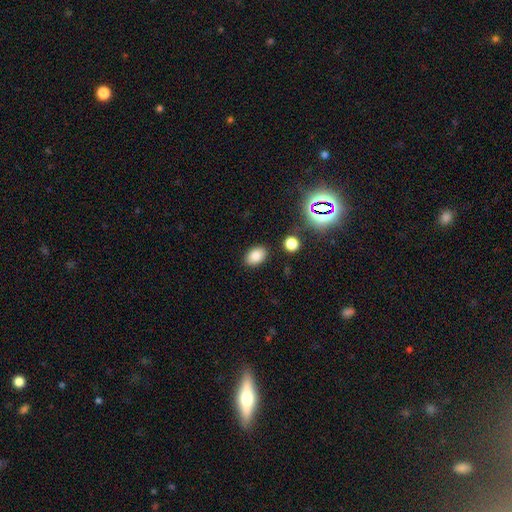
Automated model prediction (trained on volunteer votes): Q: Smooth or featured?
A: smooth (82%); runner-up: star or artifact (11%)
Q: How rounded?
A: in between (85%); runner-up: round (14%)
Q: Merging?
A: none (85%); runner-up: minor disturbance (10%)